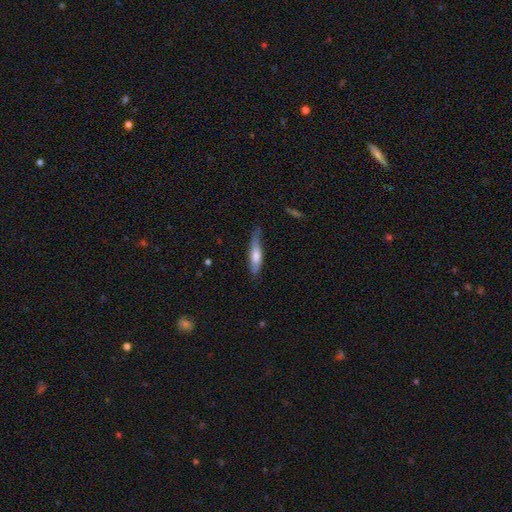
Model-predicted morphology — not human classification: A smooth galaxy with no disk features (66%) that is cigar-shaped (63%). Merging: none (49%).